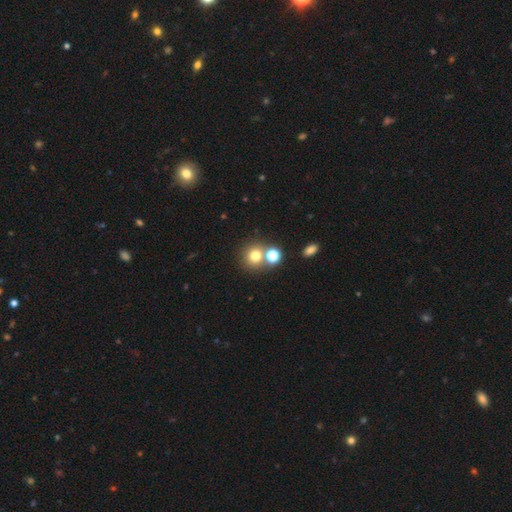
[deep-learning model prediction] The model was most divided on "merging": none: 64%, merger: 25%, minor disturbance: 8%, major disturbance: 3%. More confident: how rounded — round (88%); smooth or featured — smooth (74%).